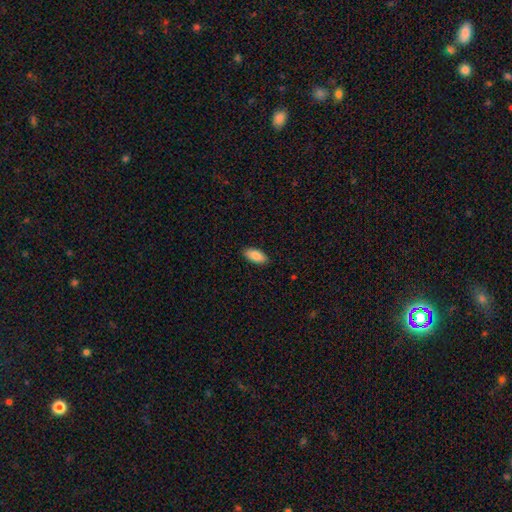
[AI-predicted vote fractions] smooth-or-featured: smooth: 89% | star or artifact: 6% | featured or disk: 5%
  how-rounded: in between: 92% | cigar-shaped: 6% | round: 2%
  merging: none: 88% | minor disturbance: 9% | major disturbance: 2% | merger: 1%